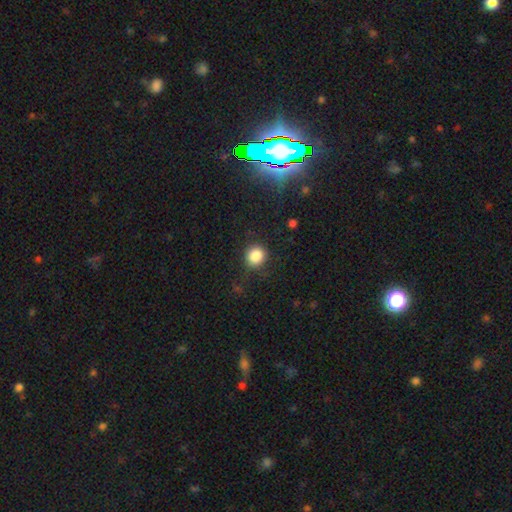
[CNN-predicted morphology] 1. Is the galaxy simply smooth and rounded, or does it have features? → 85% smooth, 10% star or artifact, 5% featured or disk.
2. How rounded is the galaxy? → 87% round, 12% in between, 1% cigar-shaped.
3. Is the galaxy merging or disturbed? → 84% none, 10% minor disturbance, 4% major disturbance, 1% merger.